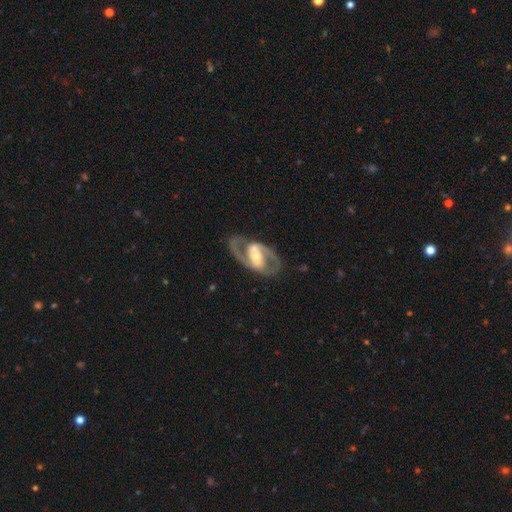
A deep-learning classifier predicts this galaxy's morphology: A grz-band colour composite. It shows a featured or disk galaxy (87%) with a strong bar (53%), 2 (90%) medium (58%) spiral arms (88%) and a moderate central bulge (60%). Merging: none (79%).